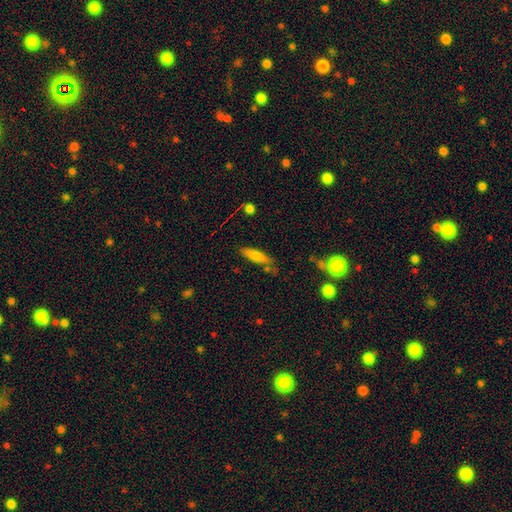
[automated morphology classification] Q: Smooth or featured?
A: smooth (73%); runner-up: featured or disk (19%)
Q: How rounded?
A: cigar-shaped (71%); runner-up: in between (27%)
Q: Merging?
A: none (73%); runner-up: minor disturbance (17%)